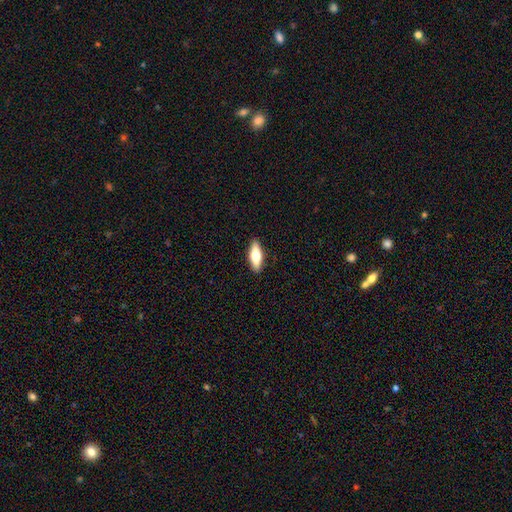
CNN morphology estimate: Smooth or featured? Predicted: smooth (p=0.56). How rounded? Predicted: in between (p=0.57). Merging? Predicted: none (p=0.89).